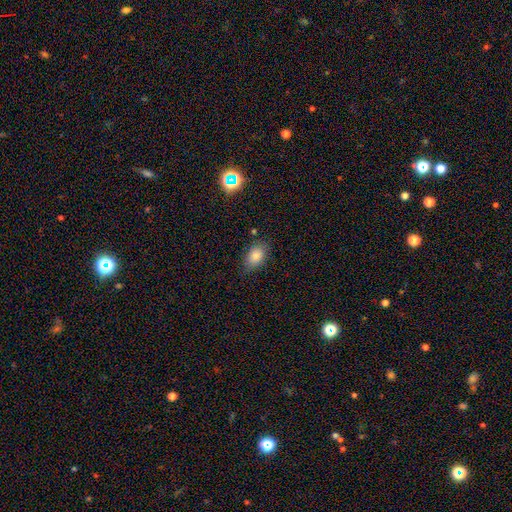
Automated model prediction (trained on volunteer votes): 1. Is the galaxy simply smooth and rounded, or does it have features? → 79% smooth, 11% star or artifact, 11% featured or disk.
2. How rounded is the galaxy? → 81% in between, 17% round, 2% cigar-shaped.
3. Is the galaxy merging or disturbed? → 75% none, 18% minor disturbance, 4% major disturbance, 2% merger.